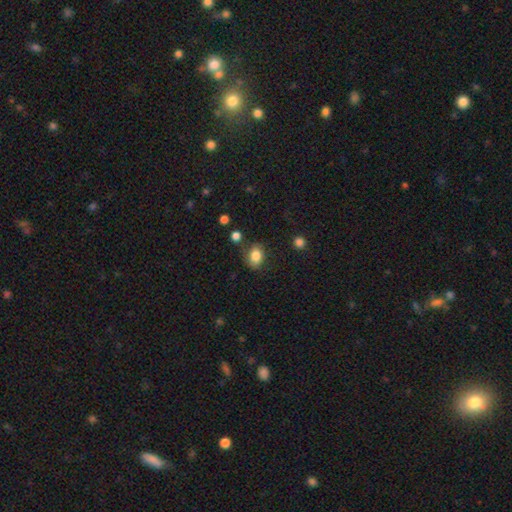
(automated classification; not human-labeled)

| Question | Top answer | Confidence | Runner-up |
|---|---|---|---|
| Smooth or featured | smooth | 82% | star or artifact (9%) |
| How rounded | in between | 58% | round (41%) |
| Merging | none | 65% | minor disturbance (22%) |